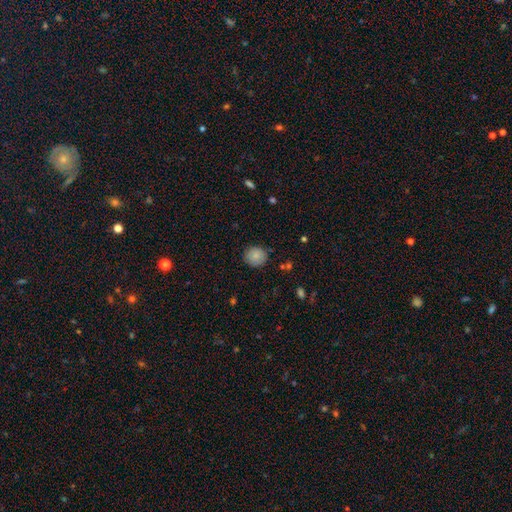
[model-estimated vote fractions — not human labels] smooth 83%, featured or disk 9%, star or artifact 8%. Down the decision tree: how rounded — round (83%); merging — none (83%).